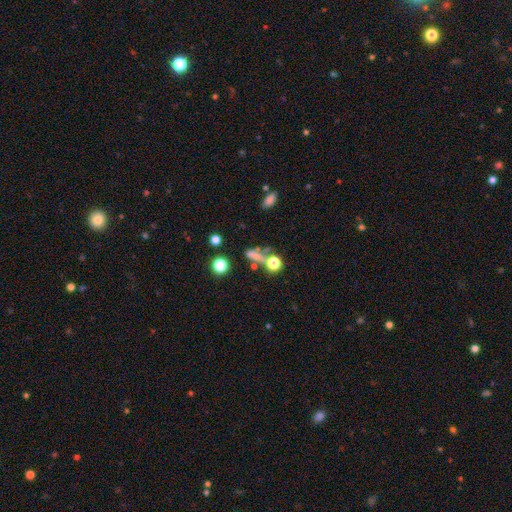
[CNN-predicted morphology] smooth-or-featured: smooth: 58% | star or artifact: 21% | featured or disk: 20%
  how-rounded: cigar-shaped: 40% | in between: 31% | round: 29%
  merging: none: 41% | merger: 29% | major disturbance: 15% | minor disturbance: 15%